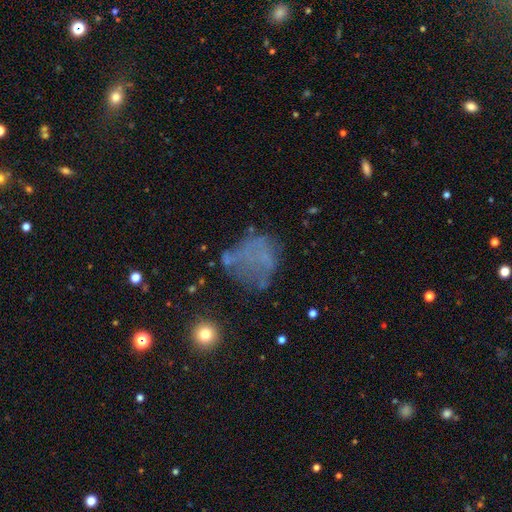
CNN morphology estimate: The model was most divided on "smooth or featured": smooth: 40%, featured or disk: 37%, star or artifact: 23%. Remaining: merging — none (43%).